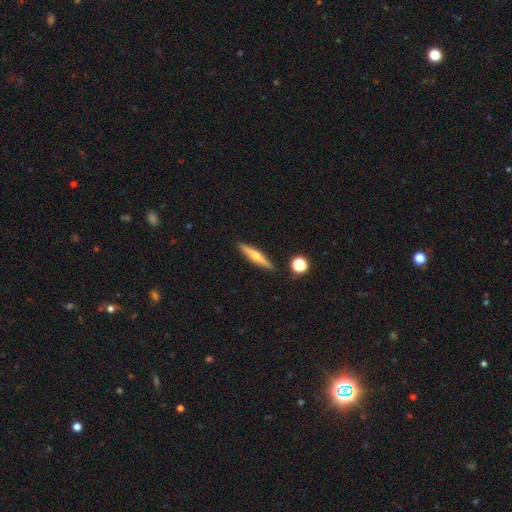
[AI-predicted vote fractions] Smooth or featured?
  - featured or disk: 57% *
  - smooth: 36%
  - star or artifact: 7%
Edge-on disk?
  - yes: 95% *
  - no: 5%
Edge-on bulge?
  - rounded: 90% *
  - none: 7%
  - boxy: 3%
Merging?
  - none: 89% *
  - minor disturbance: 7%
  - merger: 2%
  - major disturbance: 2%